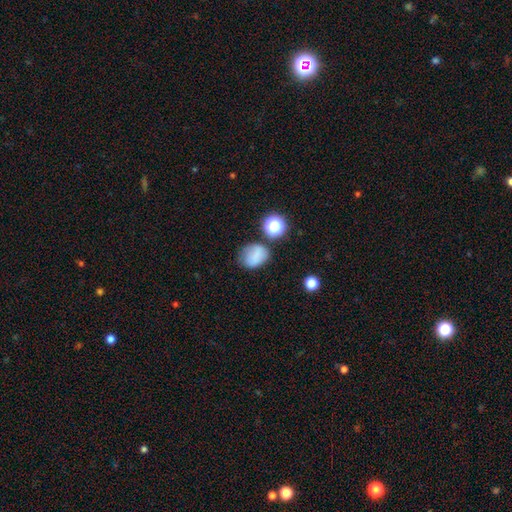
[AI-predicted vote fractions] smooth-or-featured: smooth: 77% | star or artifact: 13% | featured or disk: 10%
  how-rounded: in between: 50% | round: 49% | cigar-shaped: 1%
  merging: none: 61% | minor disturbance: 23% | major disturbance: 8% | merger: 7%